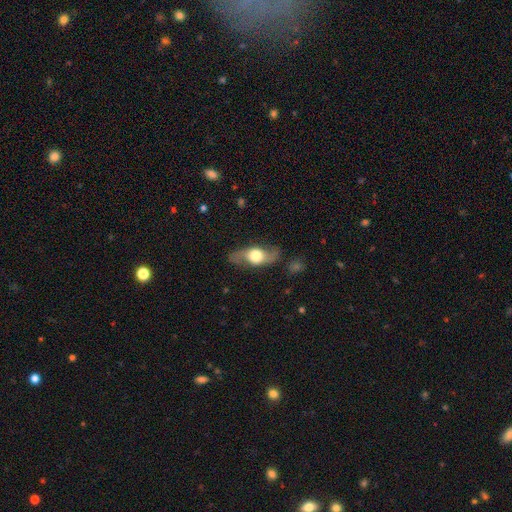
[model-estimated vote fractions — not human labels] Smooth or featured? featured or disk (61%)
Edge-on disk? no (66%)
Merging? none (75%)